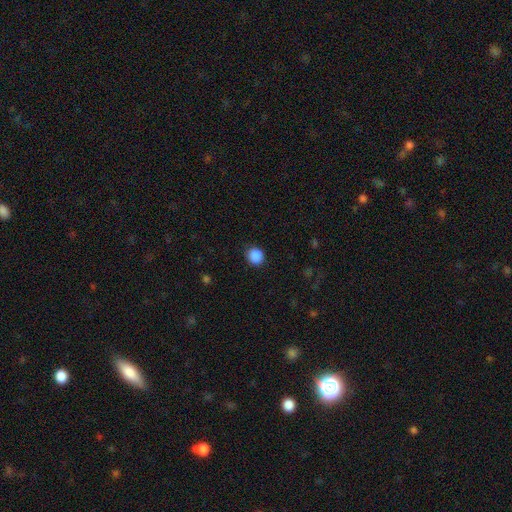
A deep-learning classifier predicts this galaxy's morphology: smooth_or_featured: smooth (p=0.88) [alt: star or artifact p=0.09]
how_rounded: round (p=0.88) [alt: in between p=0.11]
merging: none (p=0.87) [alt: minor disturbance p=0.09]